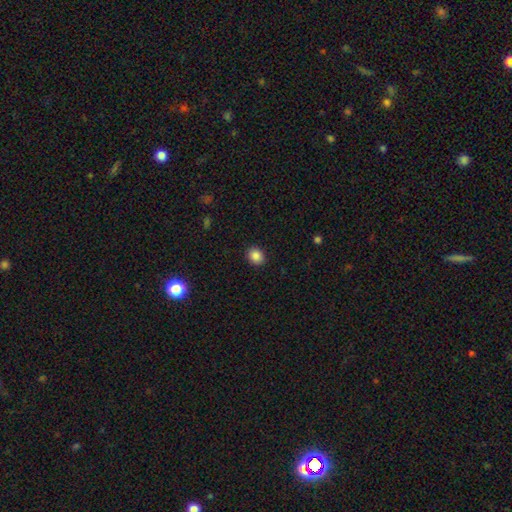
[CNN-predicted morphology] smooth 86%, star or artifact 10%, featured or disk 4%. Down the decision tree: how rounded — round (69%); merging — none (91%).